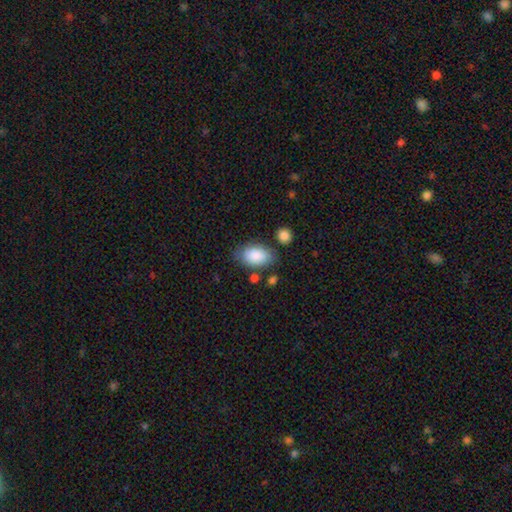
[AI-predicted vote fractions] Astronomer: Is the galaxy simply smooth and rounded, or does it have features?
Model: smooth — 87%.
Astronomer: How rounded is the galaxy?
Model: in between — 92%.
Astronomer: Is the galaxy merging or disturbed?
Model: none — 72%.